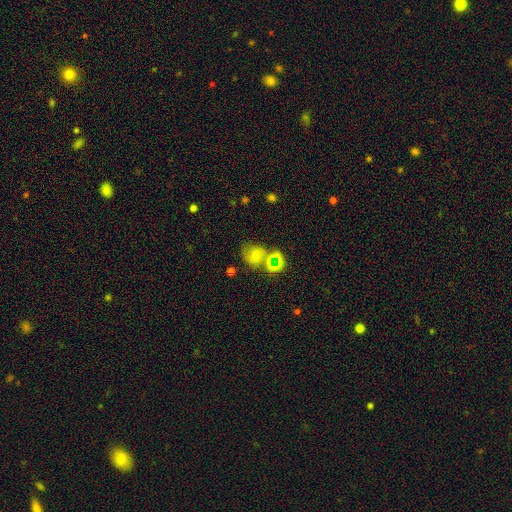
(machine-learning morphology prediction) type=featured or disk (40%); merging=none (50%).